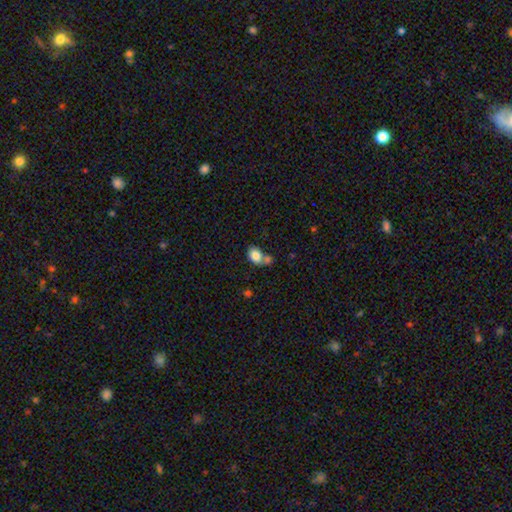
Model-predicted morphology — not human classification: This appears to be a smooth galaxy with no disk features (82%) that is in between round and cigar-shaped (65%). Merging: merger (42%).